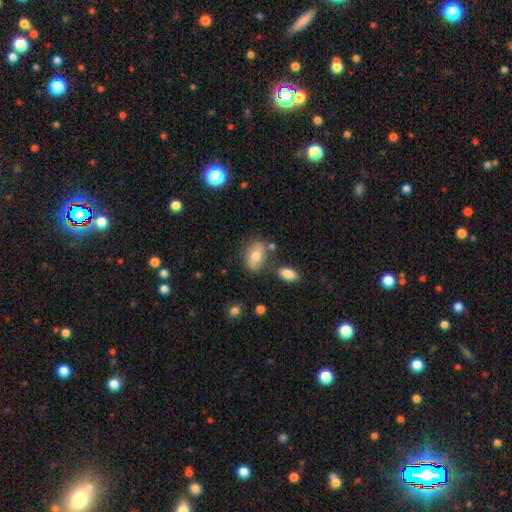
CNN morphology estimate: This is likely a smooth galaxy (71%). How rounded: clearly in between (85%). Merging: likely none (69%).